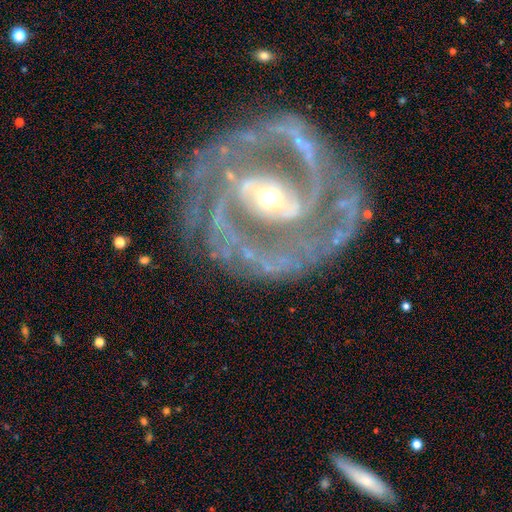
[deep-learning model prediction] Overall: featured or disk (92%). Edge-on disk: no (97%). Bar: strong (47%; weak 33%). Spiral arms: yes (98%). Spiral arm count: 2 (80%). Spiral winding: medium (51%; tight 39%). Bulge size: moderate (56%; small 36%). Merging: none (77%).